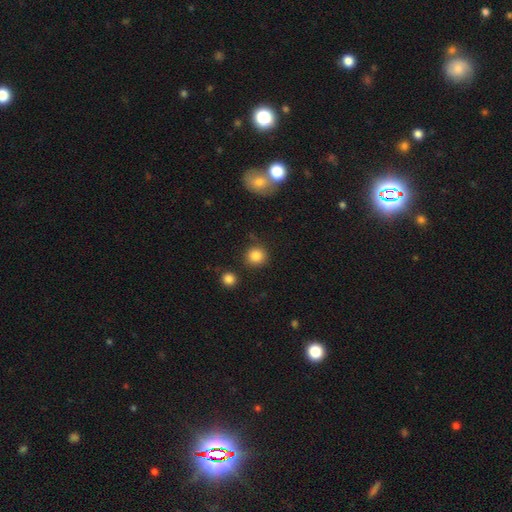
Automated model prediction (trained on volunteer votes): smooth_or_featured: smooth (p=0.85) [alt: star or artifact p=0.10]
how_rounded: round (p=0.90) [alt: in between p=0.09]
merging: none (p=0.84) [alt: minor disturbance p=0.09]